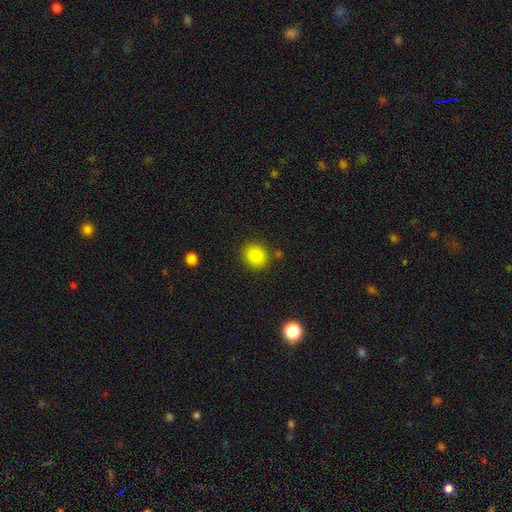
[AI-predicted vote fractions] Smooth or featured? smooth (87%)
How rounded? round (69%)
Merging? none (84%)